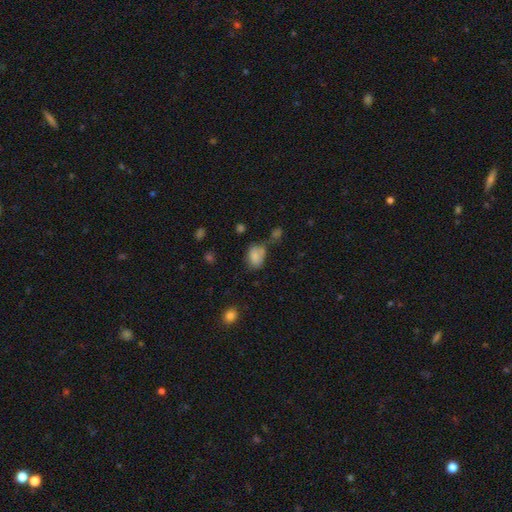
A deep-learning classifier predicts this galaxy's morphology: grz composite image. It shows a smooth galaxy with no disk features (81%) that is in between round and cigar-shaped (78%). Merging: none (48%).